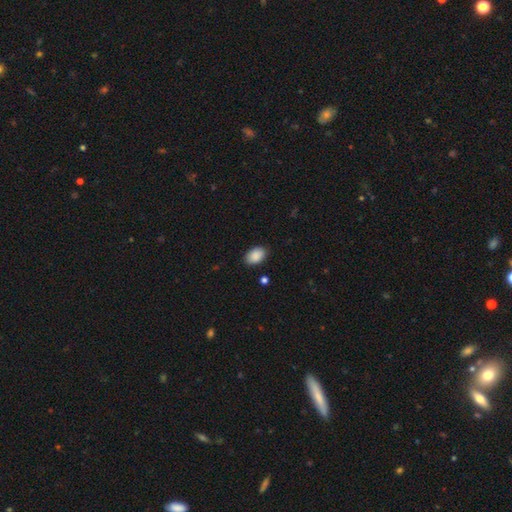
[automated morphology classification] Q: Smooth or featured?
A: smooth (90%); runner-up: star or artifact (7%)
Q: How rounded?
A: in between (88%); runner-up: round (11%)
Q: Merging?
A: none (86%); runner-up: minor disturbance (11%)